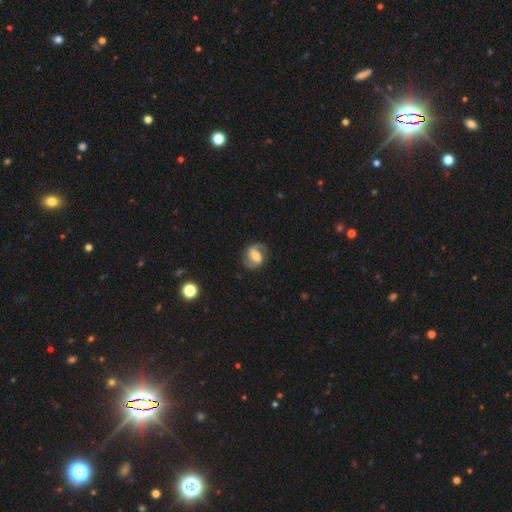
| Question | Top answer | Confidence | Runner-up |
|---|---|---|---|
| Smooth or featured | featured or disk | 88% | smooth (8%) |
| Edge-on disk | no | 100% | — |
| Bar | strong | 54% | weak (34%) |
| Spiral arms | yes | 94% | no (6%) |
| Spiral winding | loose | 48% | medium (45%) |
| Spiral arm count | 2 | 85% | 1 (9%) |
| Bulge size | moderate | 46% | small (29%) |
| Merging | none | 82% | minor disturbance (16%) |